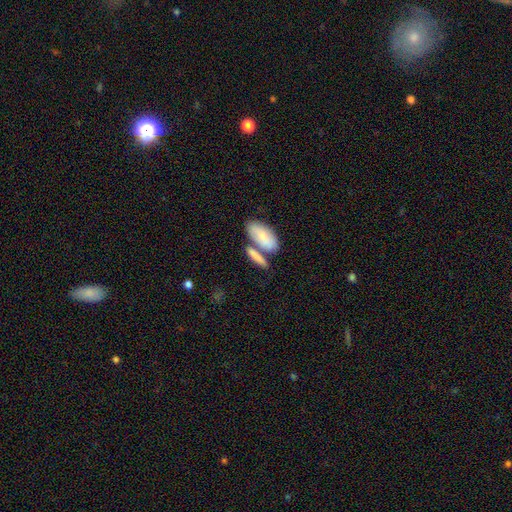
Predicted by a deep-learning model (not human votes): smooth_or_featured: smooth (p=0.75) [alt: featured or disk p=0.19]
how_rounded: in between (p=0.74) [alt: cigar-shaped p=0.21]
merging: merger (p=0.43) [alt: none p=0.42]